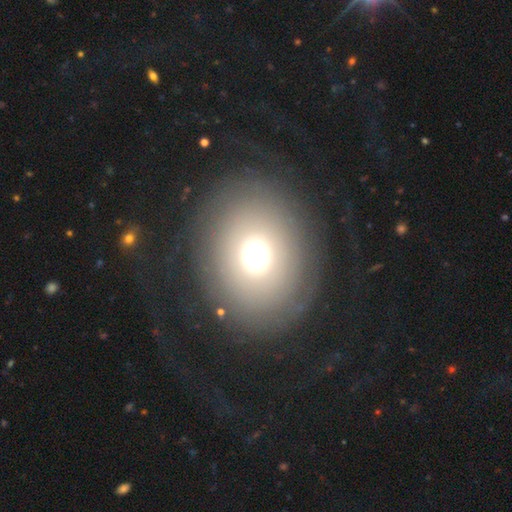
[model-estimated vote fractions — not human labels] A smooth galaxy with no disk features (64%) that is round (59%).

Vote fractions:
- Smooth or featured? smooth: 64% / featured or disk: 18% / star or artifact: 18%
- How rounded? round: 59% / in between: 40% / cigar-shaped: 1%
- Merging? none: 85% / minor disturbance: 8% / major disturbance: 5% / merger: 2%